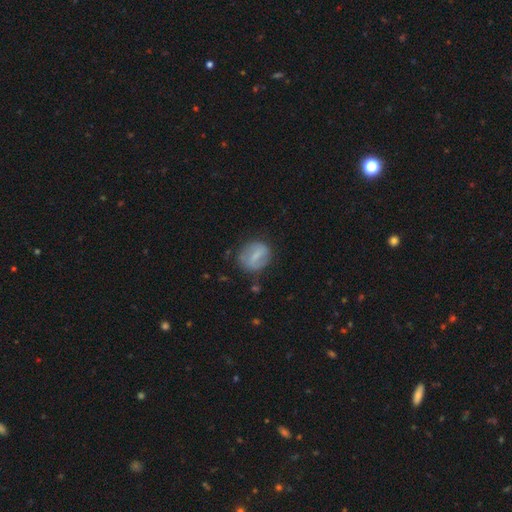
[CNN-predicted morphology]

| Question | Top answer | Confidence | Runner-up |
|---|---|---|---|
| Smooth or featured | smooth | 52% | featured or disk (41%) |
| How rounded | round | 54% | in between (42%) |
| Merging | none | 73% | minor disturbance (18%) |